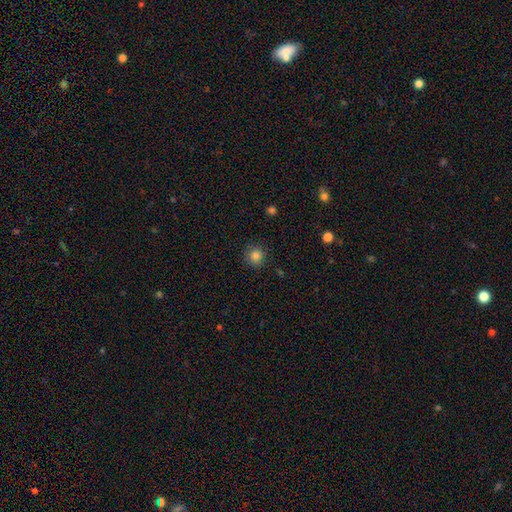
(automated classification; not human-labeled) The model was most divided on "smooth or featured": smooth: 83%, star or artifact: 12%, featured or disk: 5%. More confident: how rounded — round (93%); merging — none (88%).